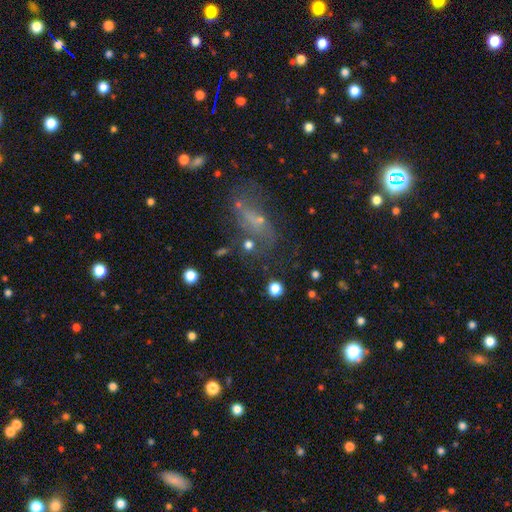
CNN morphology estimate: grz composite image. It shows a star or artifact, not a galaxy (39%).